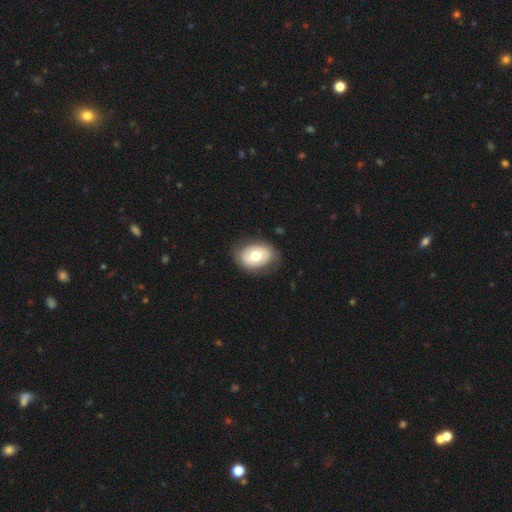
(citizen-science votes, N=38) smooth_or_featured: smooth (p=0.53) [alt: featured or disk p=0.47]
how_rounded: in between (p=0.60) [alt: round p=0.40]
merging: none (p=0.84) [alt: minor disturbance p=0.11]